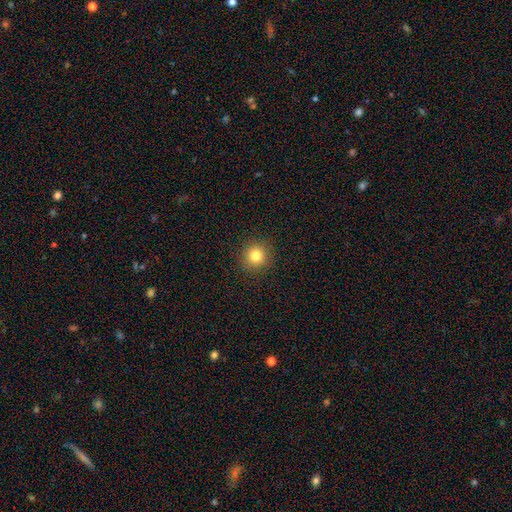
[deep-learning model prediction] This appears to be a smooth galaxy with no disk features (81%) that is round (93%). Merging: none (91%).